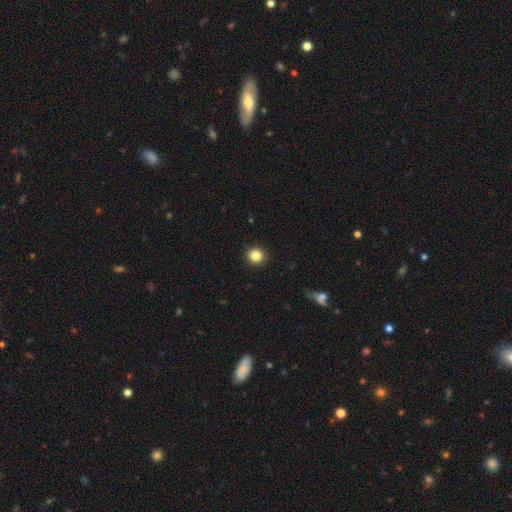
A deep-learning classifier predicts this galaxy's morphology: Smooth or featured?
  - smooth: 85% *
  - star or artifact: 10%
  - featured or disk: 5%
How rounded?
  - round: 91% *
  - in between: 8%
  - cigar-shaped: 1%
Merging?
  - none: 92% *
  - minor disturbance: 5%
  - major disturbance: 2%
  - merger: 1%